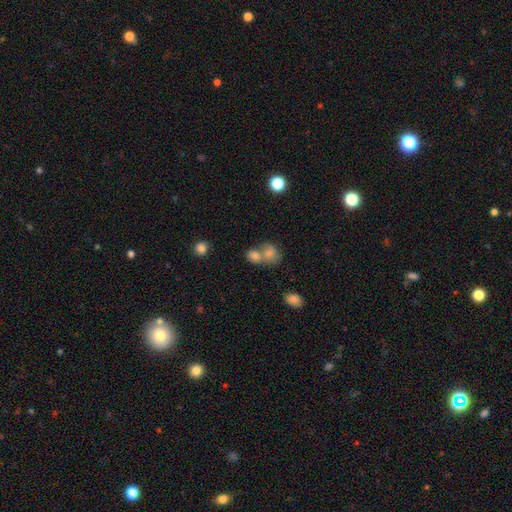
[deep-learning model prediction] smooth-or-featured: smooth: 73% | star or artifact: 15% | featured or disk: 12%
  how-rounded: round: 54% | in between: 45% | cigar-shaped: 2%
  merging: merger: 57% | none: 32% | minor disturbance: 7% | major disturbance: 4%